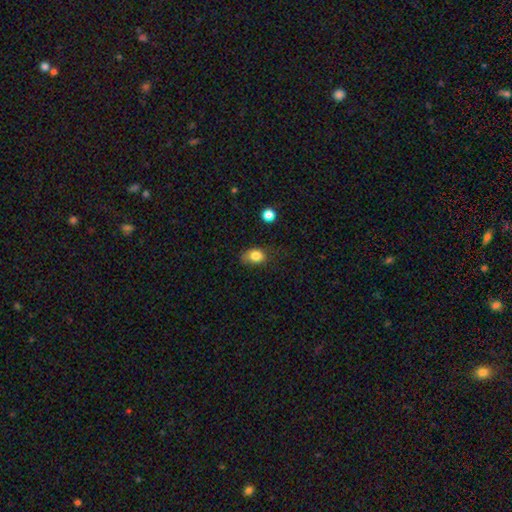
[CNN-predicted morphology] Q: Smooth or featured?
A: smooth (83%); runner-up: star or artifact (10%)
Q: How rounded?
A: in between (68%); runner-up: round (30%)
Q: Merging?
A: none (58%); runner-up: minor disturbance (30%)